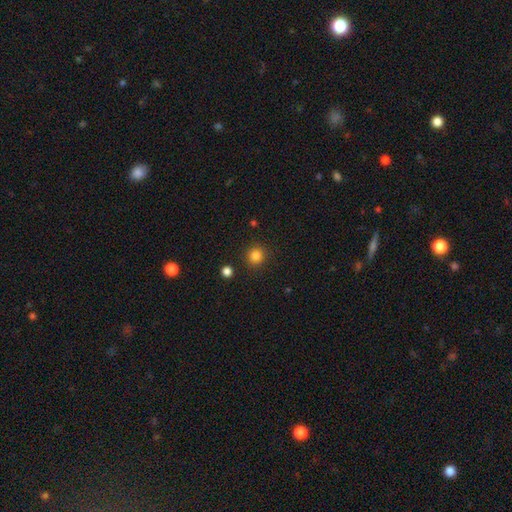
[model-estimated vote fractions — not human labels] smooth 84%, star or artifact 12%, featured or disk 4%. Down the decision tree: how rounded — round (92%); merging — none (89%).